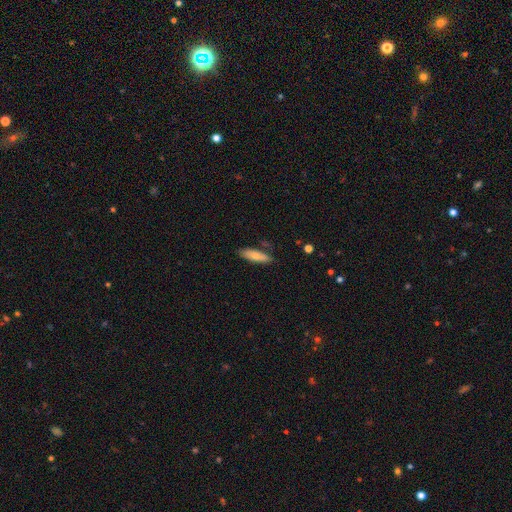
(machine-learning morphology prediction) This appears to be a smooth galaxy with no disk features (77%) that is cigar-shaped (59%). Merging: none (79%).